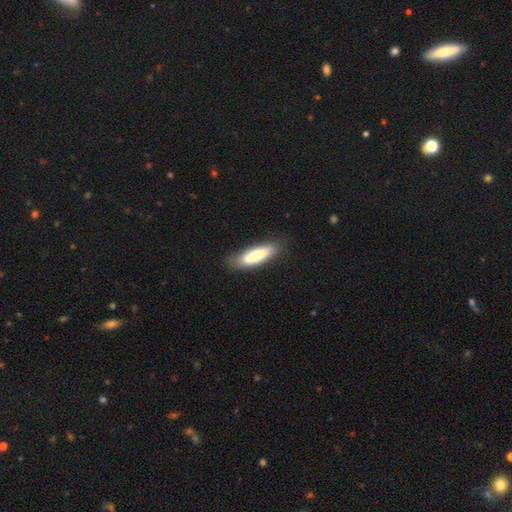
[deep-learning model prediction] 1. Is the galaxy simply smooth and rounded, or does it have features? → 77% smooth, 17% featured or disk, 6% star or artifact.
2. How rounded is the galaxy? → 53% cigar-shaped, 46% in between, 2% round.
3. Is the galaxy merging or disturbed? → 77% none, 16% minor disturbance, 4% major disturbance, 2% merger.